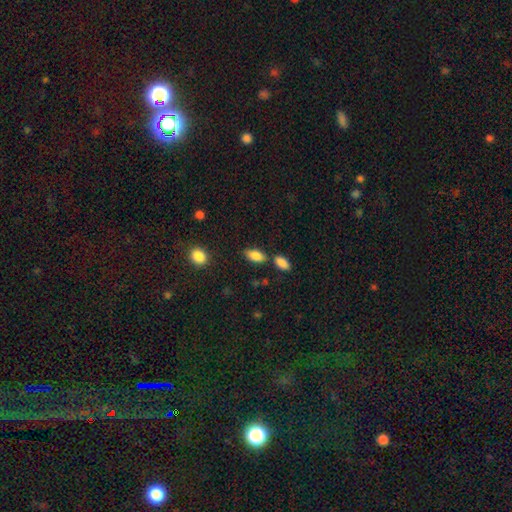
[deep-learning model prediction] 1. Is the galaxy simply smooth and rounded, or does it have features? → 85% smooth, 8% featured or disk, 7% star or artifact.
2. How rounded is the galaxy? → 89% in between, 7% cigar-shaped, 4% round.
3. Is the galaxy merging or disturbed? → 73% none, 12% merger, 12% minor disturbance, 3% major disturbance.